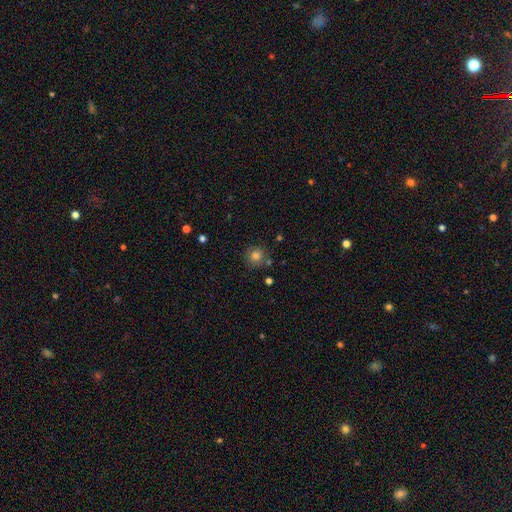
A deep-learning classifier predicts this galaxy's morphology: Smooth or featured?
  - smooth: 79% *
  - star or artifact: 13%
  - featured or disk: 8%
How rounded?
  - round: 92% *
  - in between: 7%
  - cigar-shaped: 1%
Merging?
  - none: 81% *
  - minor disturbance: 10%
  - merger: 6%
  - major disturbance: 3%